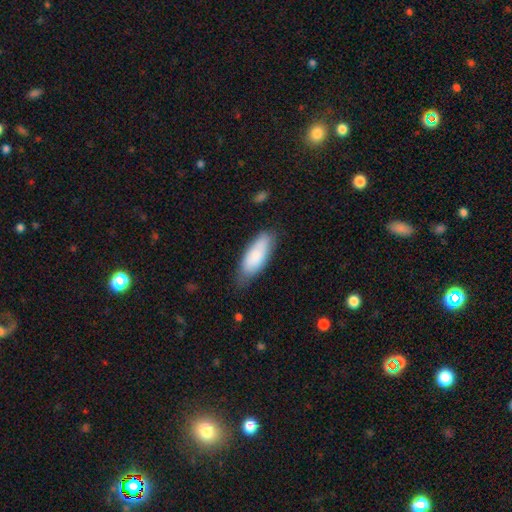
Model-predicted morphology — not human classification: Q: Smooth or featured?
A: smooth (82%); runner-up: featured or disk (12%)
Q: How rounded?
A: in between (74%); runner-up: cigar-shaped (24%)
Q: Merging?
A: none (70%); runner-up: minor disturbance (23%)